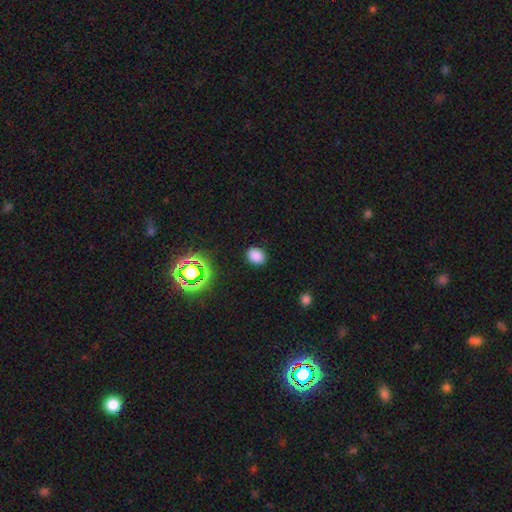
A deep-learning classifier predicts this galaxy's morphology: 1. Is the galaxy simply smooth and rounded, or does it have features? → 80% smooth, 15% star or artifact, 4% featured or disk.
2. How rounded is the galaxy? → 66% in between, 33% round, 1% cigar-shaped.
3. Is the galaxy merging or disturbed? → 88% none, 9% minor disturbance, 2% major disturbance, 1% merger.